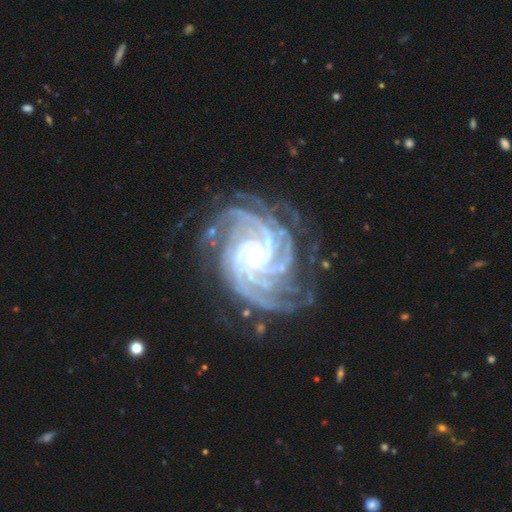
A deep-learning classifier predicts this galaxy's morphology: Q: Smooth or featured?
A: featured or disk (94%); runner-up: star or artifact (4%)
Q: Edge-on disk?
A: no (98%); runner-up: yes (2%)
Q: Bar?
A: no (53%); runner-up: weak (32%)
Q: Spiral arms?
A: yes (99%); runner-up: no (1%)
Q: Spiral winding?
A: tight (76%); runner-up: medium (21%)
Q: Spiral arm count?
A: more than 4 (32%); runner-up: 4 (28%)
Q: Bulge size?
A: small (57%); runner-up: moderate (39%)
Q: Merging?
A: none (77%); runner-up: minor disturbance (15%)